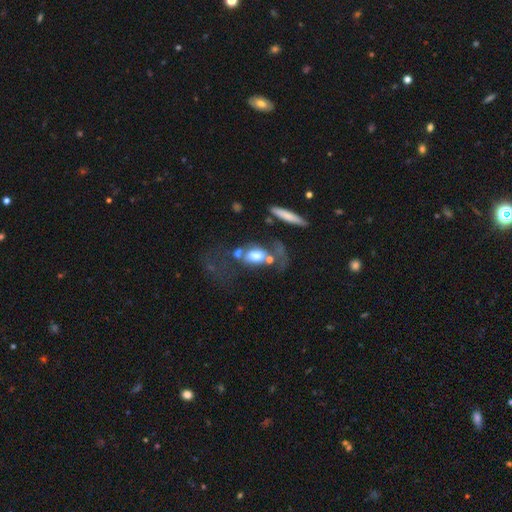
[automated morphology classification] Smooth or featured? Predicted: smooth (p=0.57). How rounded? Predicted: in between (p=0.81). Merging? Predicted: none (p=0.30).